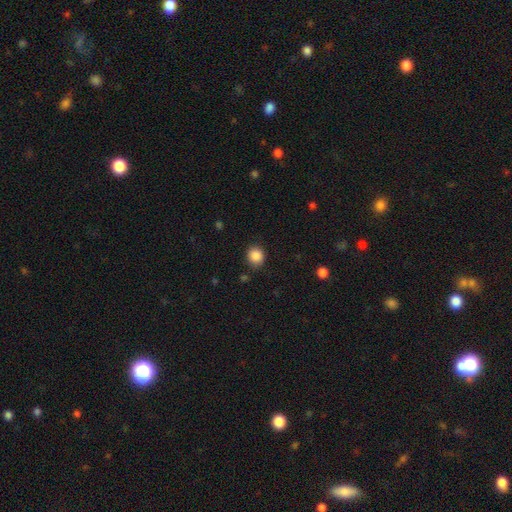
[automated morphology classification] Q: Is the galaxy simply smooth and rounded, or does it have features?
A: smooth — 87%.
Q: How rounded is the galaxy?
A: round — 82%.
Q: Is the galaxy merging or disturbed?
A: none — 86%.